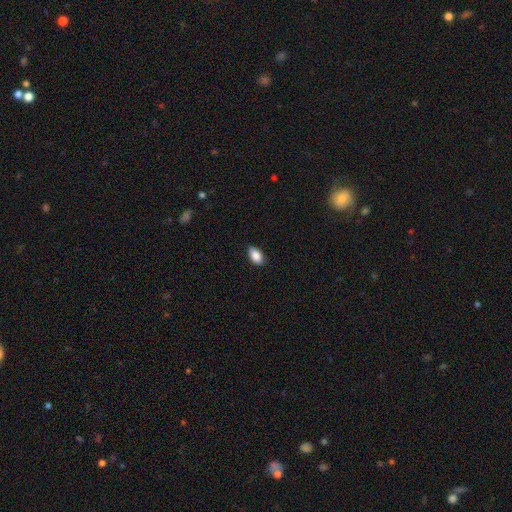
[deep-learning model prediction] Overall: smooth (87%). How rounded: in between (92%). Merging: none (86%).